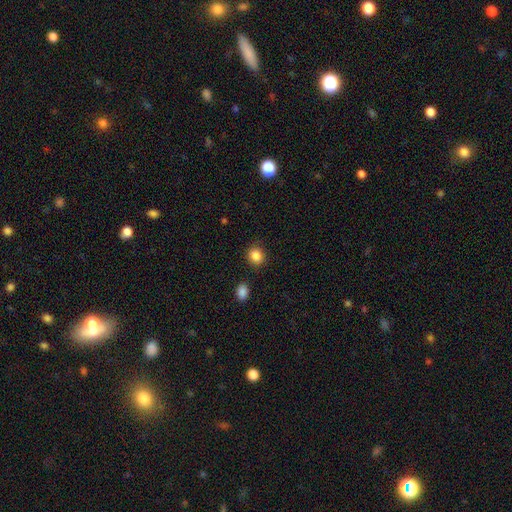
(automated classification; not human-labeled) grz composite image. It shows a smooth galaxy with no disk features (86%) that is round (80%). Merging: none (87%).